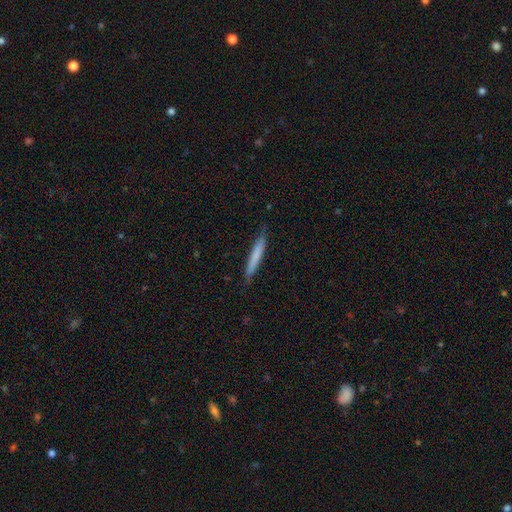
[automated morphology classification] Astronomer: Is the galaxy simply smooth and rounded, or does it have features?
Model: smooth — 70%.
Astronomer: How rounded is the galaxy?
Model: cigar-shaped — 96%.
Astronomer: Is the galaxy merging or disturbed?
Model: none — 86%.